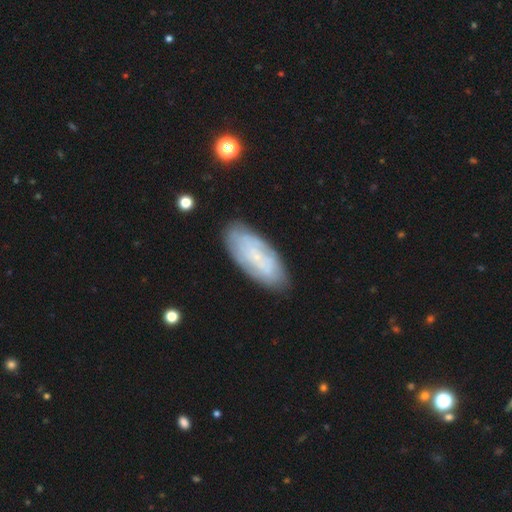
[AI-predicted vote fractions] A featured or disk galaxy (47%).

Vote fractions:
- Smooth or featured? featured or disk: 47% / smooth: 45% / star or artifact: 7%
- Merging? none: 82% / minor disturbance: 13% / major disturbance: 3% / merger: 2%